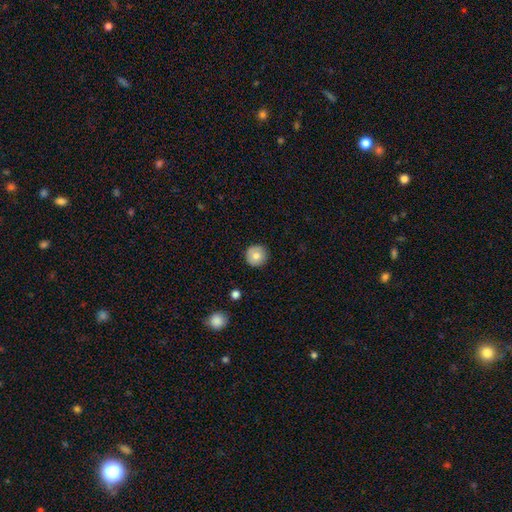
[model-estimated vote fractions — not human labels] This appears to be a smooth galaxy with no disk features (78%) that is round (96%). Merging: none (91%).